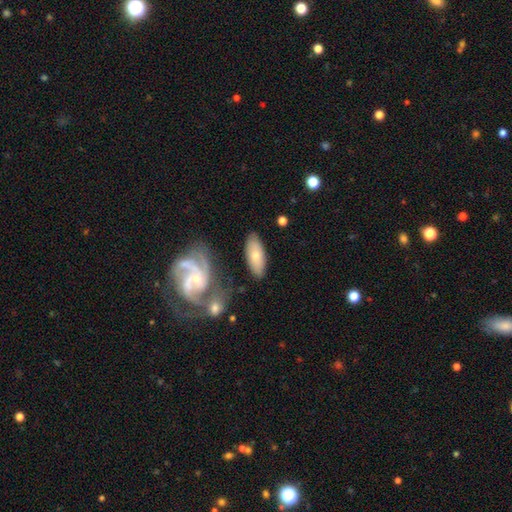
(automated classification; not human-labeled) smooth_or_featured: smooth (p=0.62) [alt: featured or disk p=0.32]
how_rounded: in between (p=0.80) [alt: cigar-shaped p=0.17]
merging: none (p=0.77) [alt: minor disturbance p=0.13]